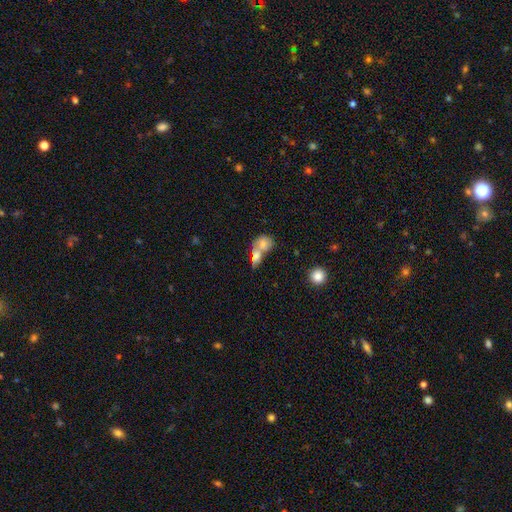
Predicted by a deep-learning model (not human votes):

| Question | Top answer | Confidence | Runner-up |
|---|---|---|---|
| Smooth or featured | smooth | 69% | featured or disk (21%) |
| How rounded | in between | 57% | round (33%) |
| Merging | merger | 65% | none (23%) |